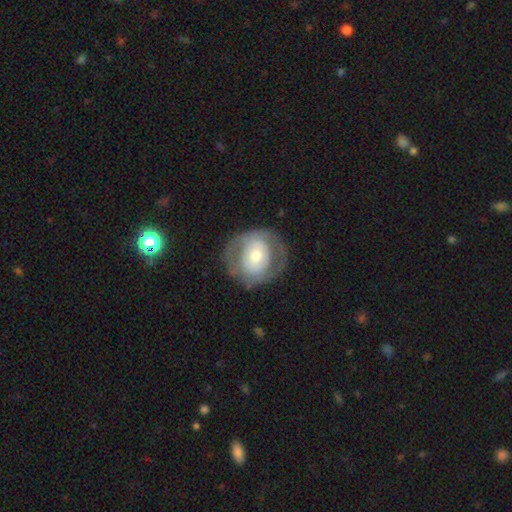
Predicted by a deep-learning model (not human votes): A featured or disk galaxy (56%) with no bar (69%), no spiral arms (65%) and a moderate central bulge (60%). Merging: none (72%).